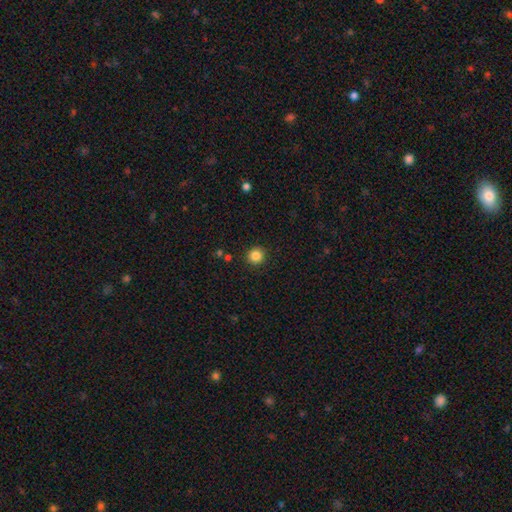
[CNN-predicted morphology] smooth_or_featured: smooth (p=0.84) [alt: star or artifact p=0.11]
how_rounded: round (p=0.94) [alt: in between p=0.05]
merging: none (p=0.91) [alt: minor disturbance p=0.05]